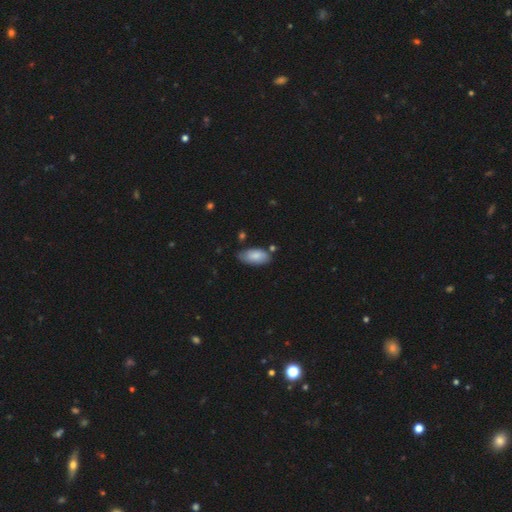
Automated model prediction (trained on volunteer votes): Smooth or featured: smooth — 81% (featured or disk — 13%)
How rounded: in between — 93% (cigar-shaped — 5%)
Merging: none — 67% (minor disturbance — 25%)